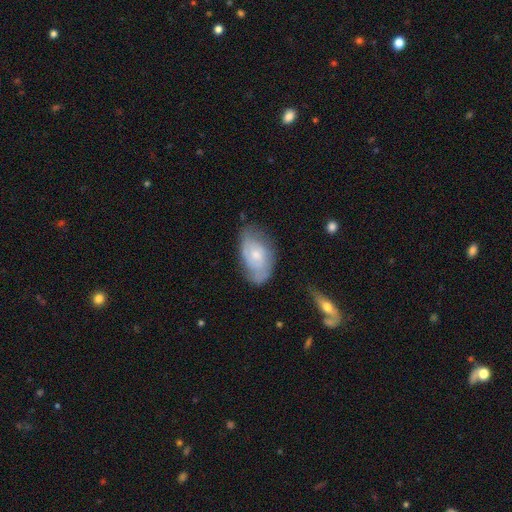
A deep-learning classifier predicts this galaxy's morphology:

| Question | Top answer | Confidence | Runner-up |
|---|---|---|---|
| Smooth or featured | featured or disk | 60% | smooth (34%) |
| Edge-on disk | no | 94% | yes (6%) |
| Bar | no | 71% | weak (26%) |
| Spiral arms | yes | 80% | no (20%) |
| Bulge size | small | 47% | moderate (45%) |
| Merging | none | 62% | minor disturbance (27%) |